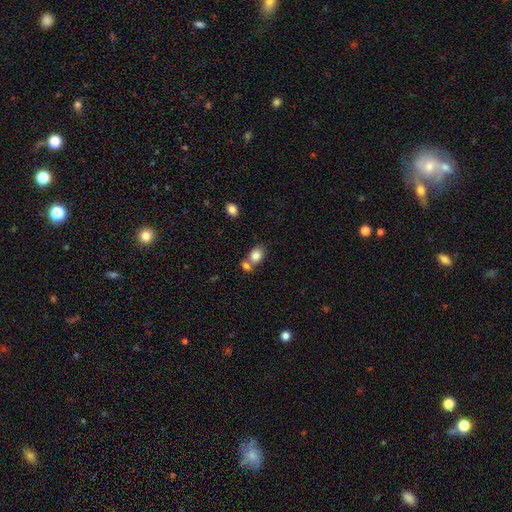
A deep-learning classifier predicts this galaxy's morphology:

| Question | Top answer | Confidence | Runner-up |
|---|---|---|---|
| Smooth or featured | smooth | 83% | star or artifact (9%) |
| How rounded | in between | 63% | round (35%) |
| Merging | merger | 45% | none (42%) |